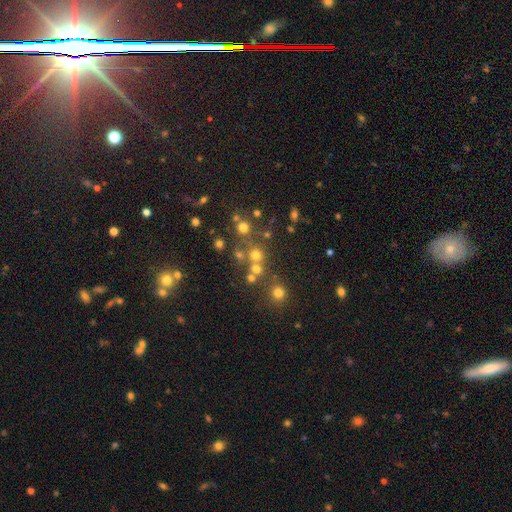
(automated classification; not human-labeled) Q: Smooth or featured?
A: smooth (54%); runner-up: star or artifact (32%)
Q: How rounded?
A: round (88%); runner-up: in between (11%)
Q: Merging?
A: none (63%); runner-up: merger (24%)